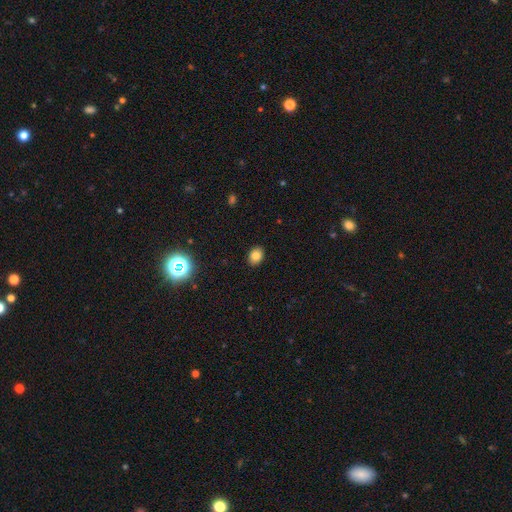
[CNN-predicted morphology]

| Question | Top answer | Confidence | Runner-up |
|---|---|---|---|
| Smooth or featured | smooth | 80% | star or artifact (13%) |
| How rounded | in between | 63% | round (36%) |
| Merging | none | 89% | minor disturbance (8%) |